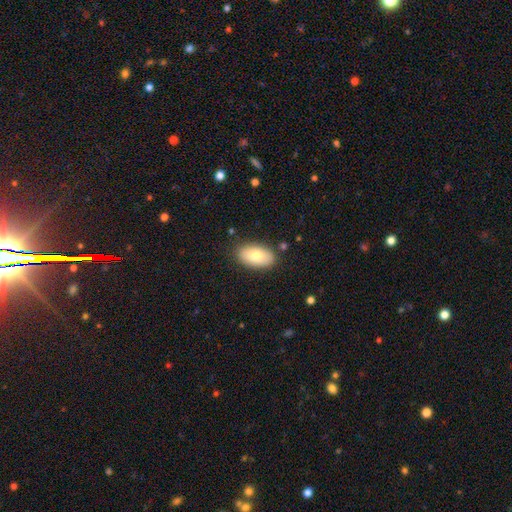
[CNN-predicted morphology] smooth 78%, featured or disk 16%, star or artifact 6%. Down the decision tree: how rounded — in between (94%); merging — none (84%).